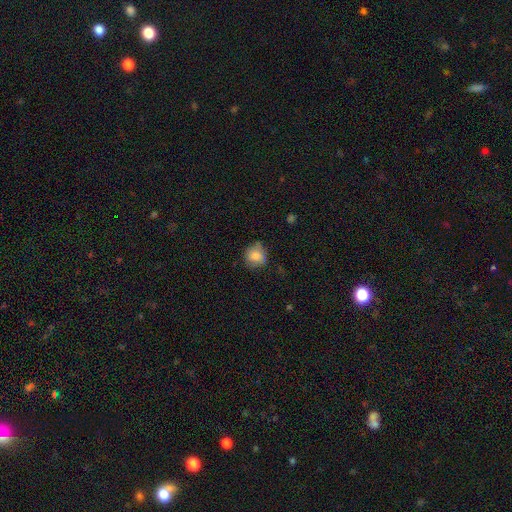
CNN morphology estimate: A smooth galaxy with no disk features (81%) that is round (85%). Merging: none (71%).